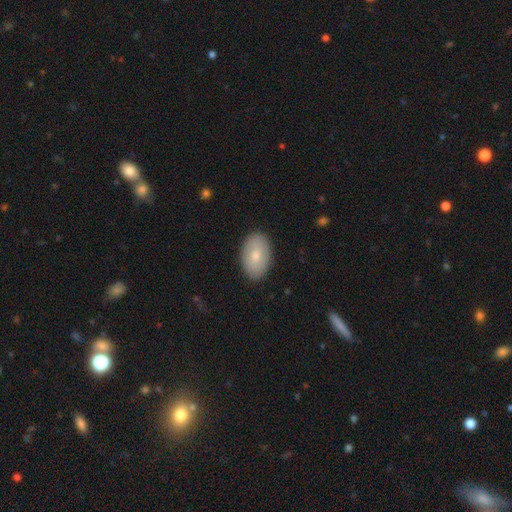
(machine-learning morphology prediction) smooth_or_featured: smooth (p=0.73) [alt: featured or disk p=0.21]
how_rounded: in between (p=0.93) [alt: round p=0.06]
merging: none (p=0.88) [alt: minor disturbance p=0.09]